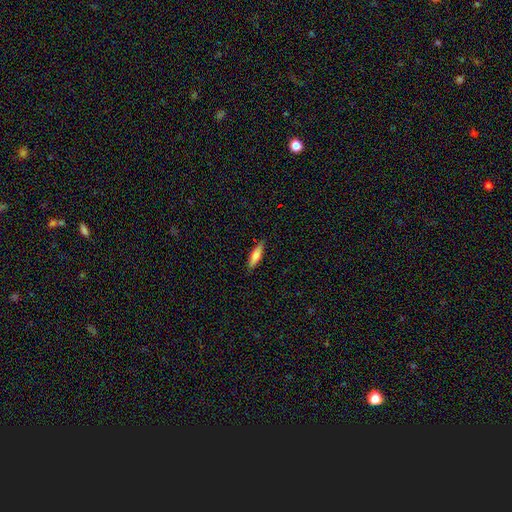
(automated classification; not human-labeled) A smooth galaxy with no disk features (68%) that is cigar-shaped (71%).

Vote fractions:
- Smooth or featured? smooth: 68% / featured or disk: 26% / star or artifact: 6%
- How rounded? cigar-shaped: 71% / in between: 27% / round: 2%
- Merging? none: 88% / minor disturbance: 9% / major disturbance: 2% / merger: 1%